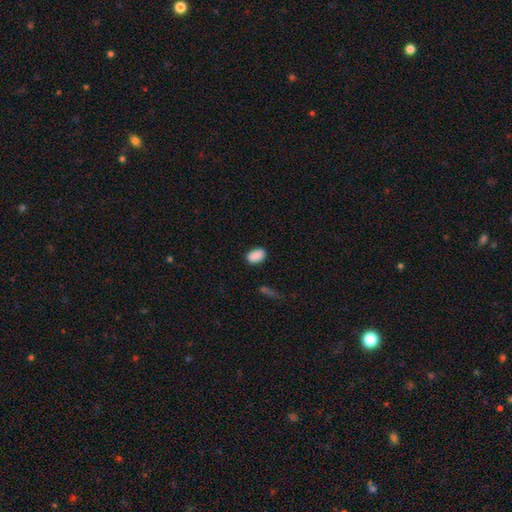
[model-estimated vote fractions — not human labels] Smooth or featured?
  - smooth: 89% *
  - star or artifact: 8%
  - featured or disk: 3%
How rounded?
  - in between: 89% *
  - round: 10%
  - cigar-shaped: 1%
Merging?
  - none: 86% *
  - minor disturbance: 10%
  - major disturbance: 3%
  - merger: 2%